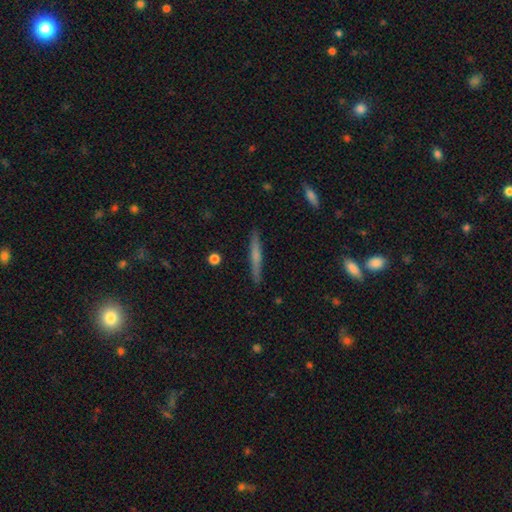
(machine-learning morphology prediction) The model was most divided on "smooth or featured": smooth: 49%, featured or disk: 45%, star or artifact: 6%. More confident: merging — none (90%).